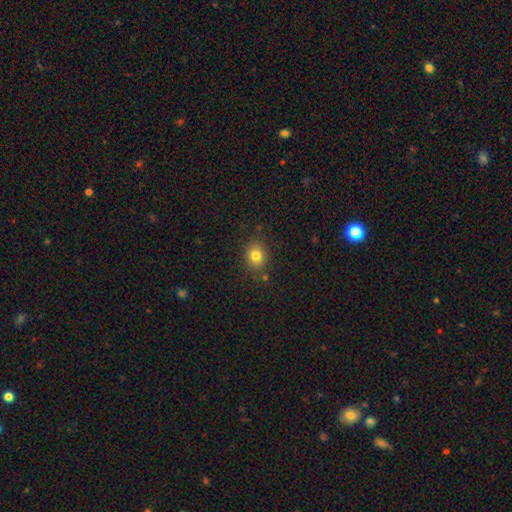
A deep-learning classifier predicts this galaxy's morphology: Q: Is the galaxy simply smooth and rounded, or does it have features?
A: smooth — 80%.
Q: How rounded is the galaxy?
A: round — 72%.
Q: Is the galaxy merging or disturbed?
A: none — 85%.